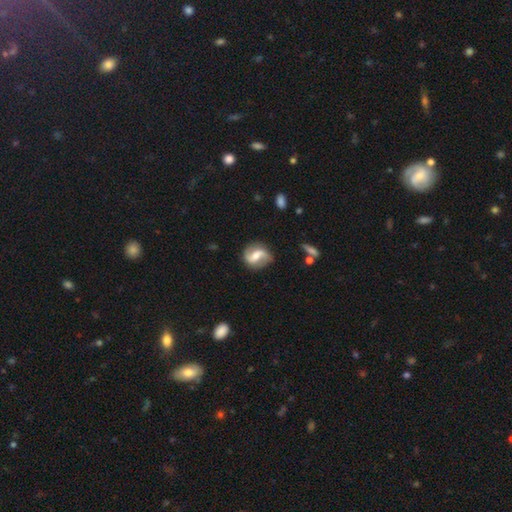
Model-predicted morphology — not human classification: featured or disk 75%, smooth 19%, star or artifact 6%. Down the decision tree: edge-on disk — no (96%); bar — weak (45%); spiral arms — yes (92%); spiral arm count — 2 (89%); spiral winding — loose (56%); bulge size — moderate (57%); merging — none (79%).